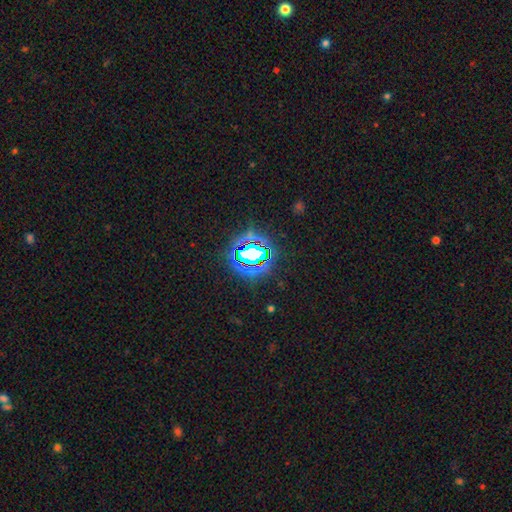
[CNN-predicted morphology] A star or artifact, not a galaxy (76%).